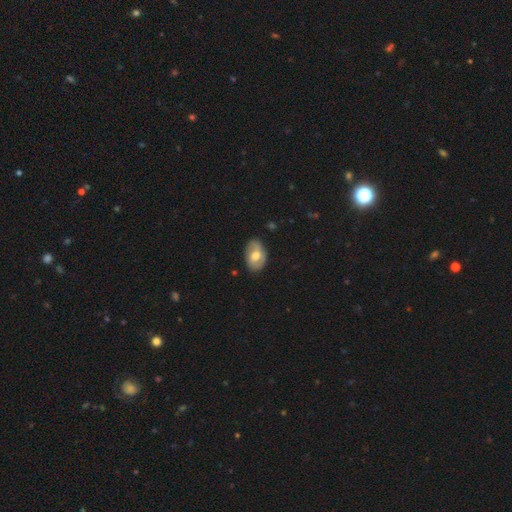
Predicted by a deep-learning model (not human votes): A smooth galaxy with no disk features (50%) that is in between round and cigar-shaped (86%). Merging: none (78%).